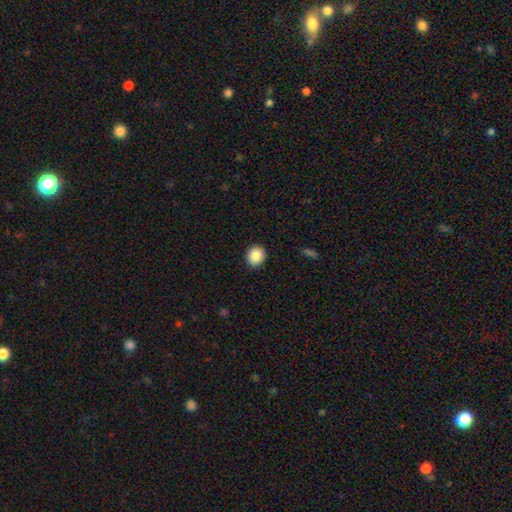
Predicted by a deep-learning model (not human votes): Morphology: type=smooth (87%); roundness=round (77%); merging=none (91%).